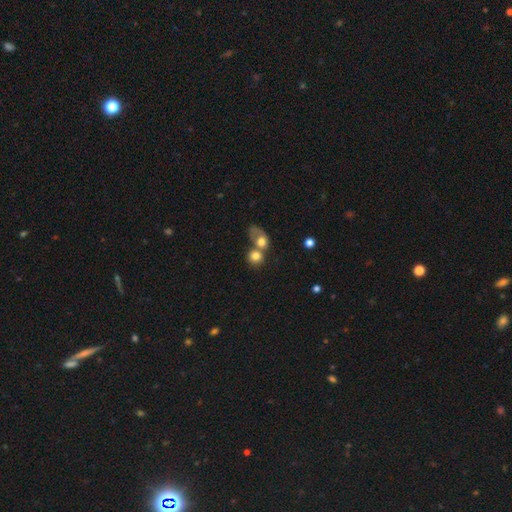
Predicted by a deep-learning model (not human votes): Smooth or featured? Predicted: smooth (p=0.75). How rounded? Predicted: round (p=0.77). Merging? Predicted: merger (p=0.60).